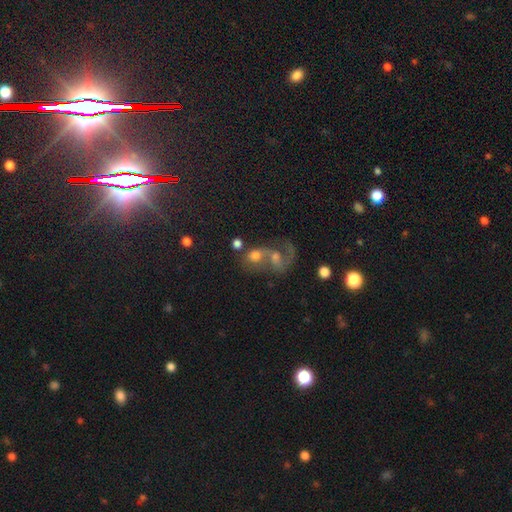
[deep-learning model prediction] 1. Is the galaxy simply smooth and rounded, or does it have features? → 44% smooth, 42% featured or disk, 14% star or artifact.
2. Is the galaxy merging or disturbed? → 70% merger, 14% none, 10% major disturbance, 6% minor disturbance.